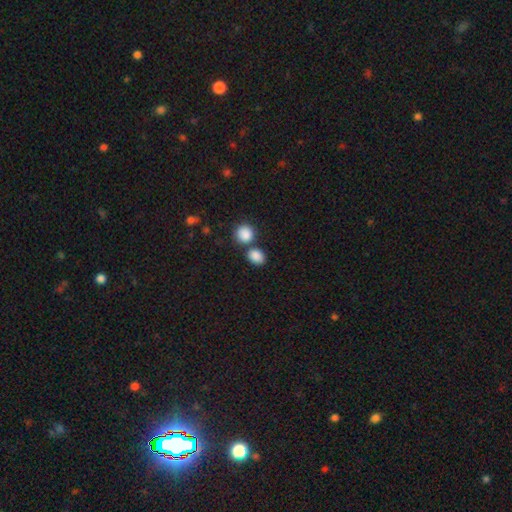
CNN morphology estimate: A smooth galaxy with no disk features (87%) that is in between round and cigar-shaped (50%). Merging: none (59%).